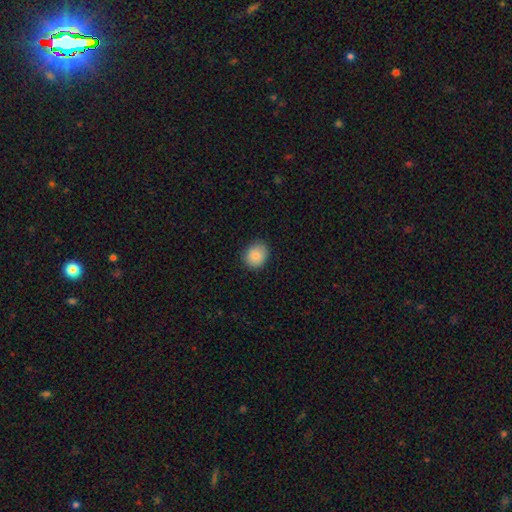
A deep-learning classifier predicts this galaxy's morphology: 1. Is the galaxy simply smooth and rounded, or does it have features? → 87% smooth, 8% star or artifact, 5% featured or disk.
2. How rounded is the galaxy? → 71% round, 28% in between, 1% cigar-shaped.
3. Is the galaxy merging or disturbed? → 85% none, 11% minor disturbance, 2% major disturbance, 1% merger.